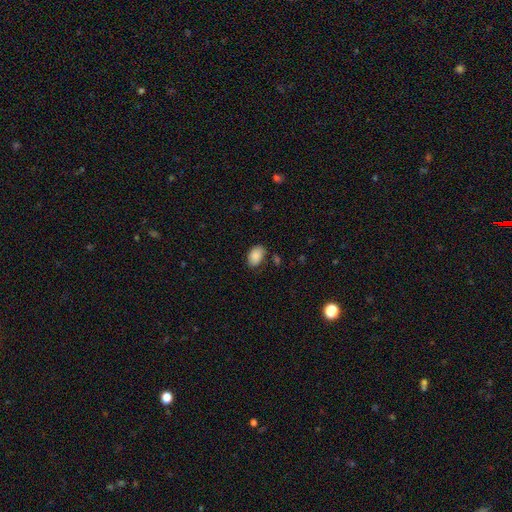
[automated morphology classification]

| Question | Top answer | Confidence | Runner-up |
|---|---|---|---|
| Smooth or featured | smooth | 88% | star or artifact (7%) |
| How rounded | in between | 89% | round (10%) |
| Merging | none | 74% | minor disturbance (18%) |